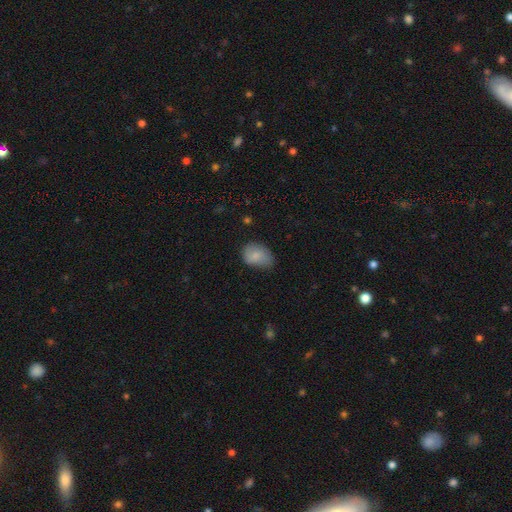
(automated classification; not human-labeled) This is clearly a smooth galaxy (81%). How rounded: likely in between (78%). Merging: possibly none (56%).